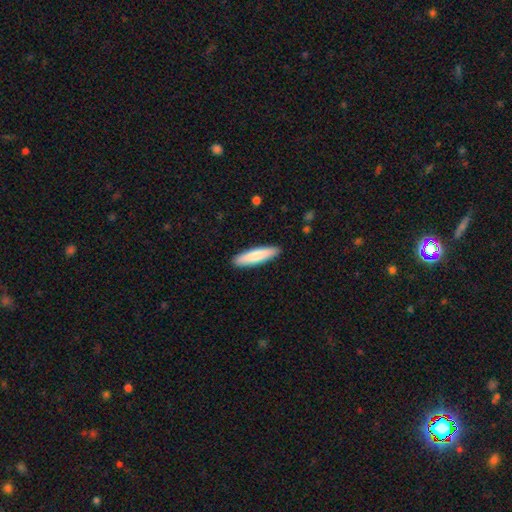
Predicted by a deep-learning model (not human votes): Q: Smooth or featured?
A: smooth (84%); runner-up: featured or disk (11%)
Q: How rounded?
A: cigar-shaped (77%); runner-up: in between (22%)
Q: Merging?
A: none (90%); runner-up: minor disturbance (7%)